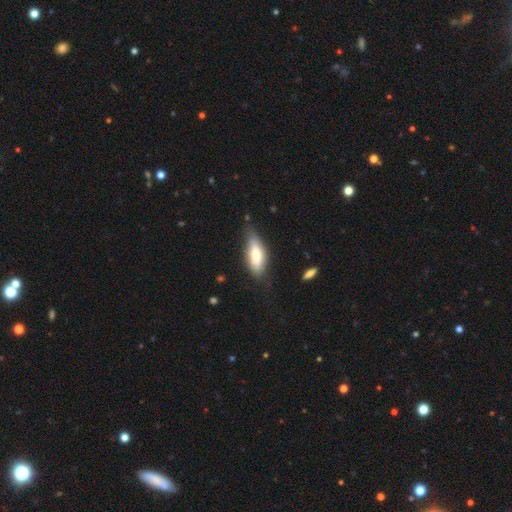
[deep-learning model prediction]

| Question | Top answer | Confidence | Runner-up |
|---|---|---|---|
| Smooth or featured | smooth | 62% | featured or disk (32%) |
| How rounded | in between | 67% | cigar-shaped (31%) |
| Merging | none | 66% | minor disturbance (25%) |